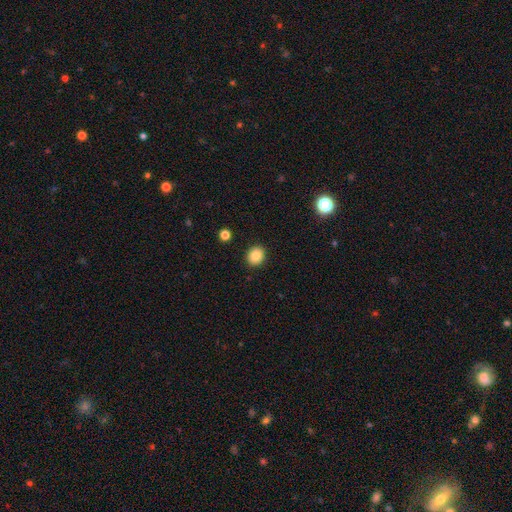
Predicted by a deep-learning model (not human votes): The model was most divided on "how rounded": round: 75%, in between: 24%, cigar-shaped: 1%. More confident: merging — none (91%); smooth or featured — smooth (86%).